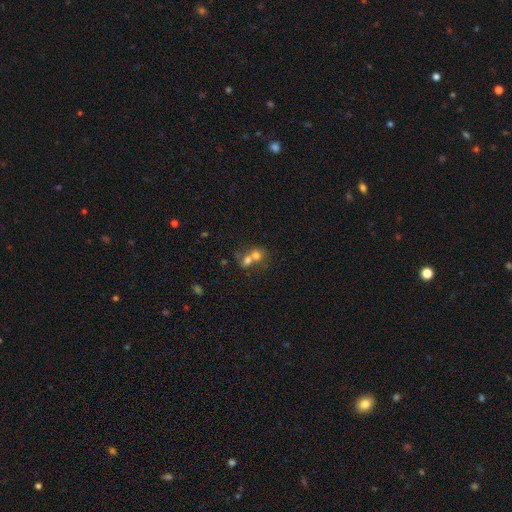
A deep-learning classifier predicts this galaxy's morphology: Smooth or featured: smooth — 69% (featured or disk — 19%)
How rounded: round — 67% (in between — 32%)
Merging: merger — 71% (none — 21%)